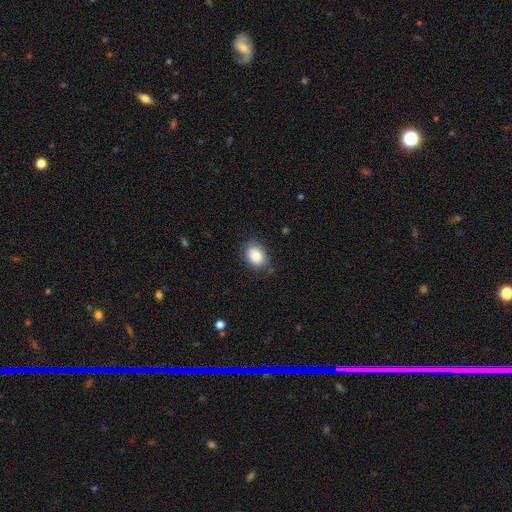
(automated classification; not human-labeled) This appears to be a smooth galaxy with no disk features (87%) that is in between round and cigar-shaped (63%). Merging: none (79%).